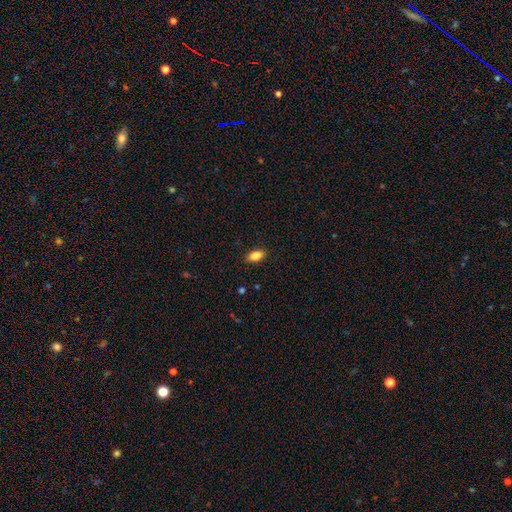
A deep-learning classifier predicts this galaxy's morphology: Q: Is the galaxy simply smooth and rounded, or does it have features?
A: smooth — 84%.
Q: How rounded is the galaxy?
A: in between — 90%.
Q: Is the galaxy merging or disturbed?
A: none — 88%.